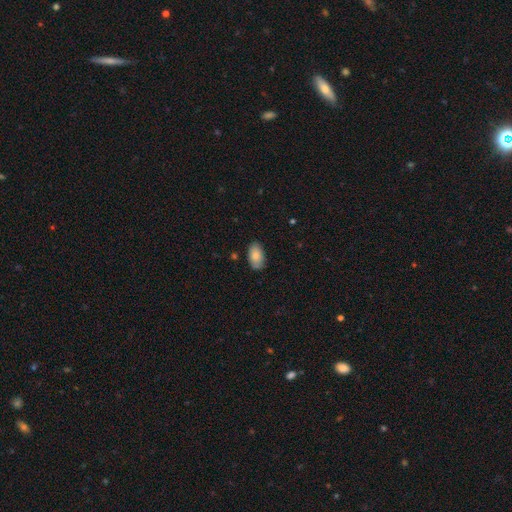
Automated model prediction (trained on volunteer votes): smooth-or-featured: smooth: 84% | featured or disk: 9% | star or artifact: 7%
  how-rounded: in between: 94% | round: 5% | cigar-shaped: 2%
  merging: none: 82% | minor disturbance: 14% | major disturbance: 2% | merger: 1%